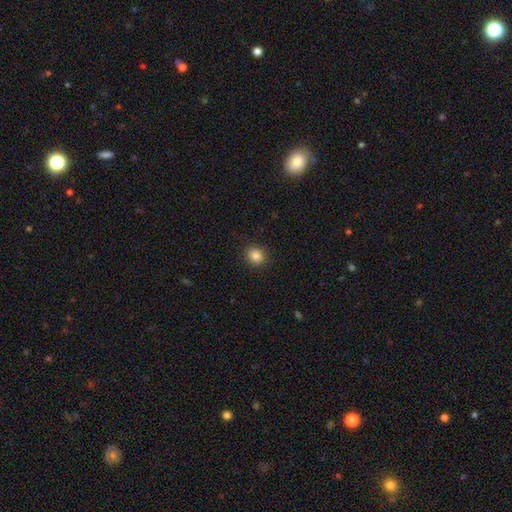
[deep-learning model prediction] Q: Smooth or featured?
A: smooth (85%); runner-up: star or artifact (11%)
Q: How rounded?
A: round (88%); runner-up: in between (11%)
Q: Merging?
A: none (91%); runner-up: minor disturbance (6%)